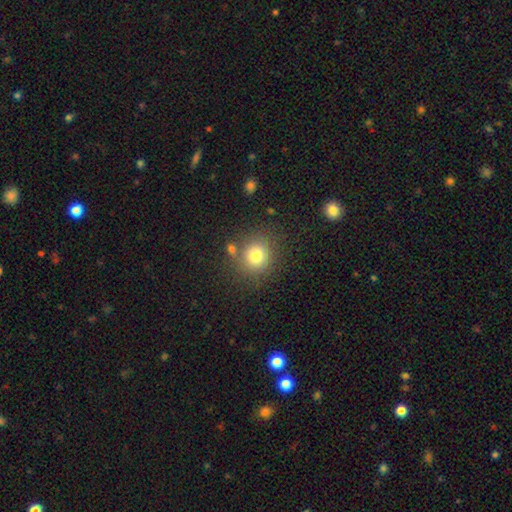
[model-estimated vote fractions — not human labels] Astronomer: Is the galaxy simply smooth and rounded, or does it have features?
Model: smooth — 78%.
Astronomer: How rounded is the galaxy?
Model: round — 88%.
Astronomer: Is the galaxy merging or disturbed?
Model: none — 76%.